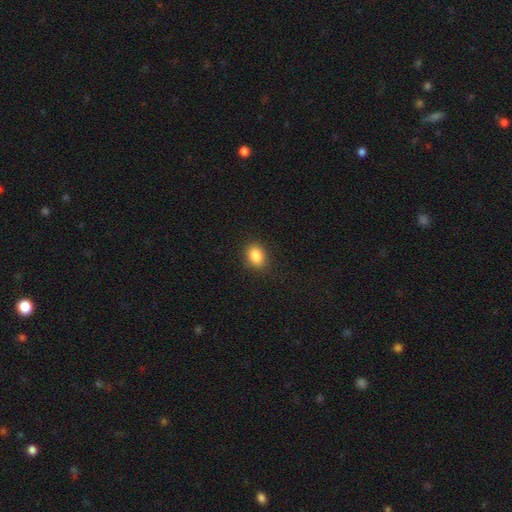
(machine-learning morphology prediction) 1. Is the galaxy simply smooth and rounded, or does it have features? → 87% smooth, 9% star or artifact, 4% featured or disk.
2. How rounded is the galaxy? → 68% in between, 30% round, 1% cigar-shaped.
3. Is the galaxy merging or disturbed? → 86% none, 10% minor disturbance, 3% major disturbance, 1% merger.